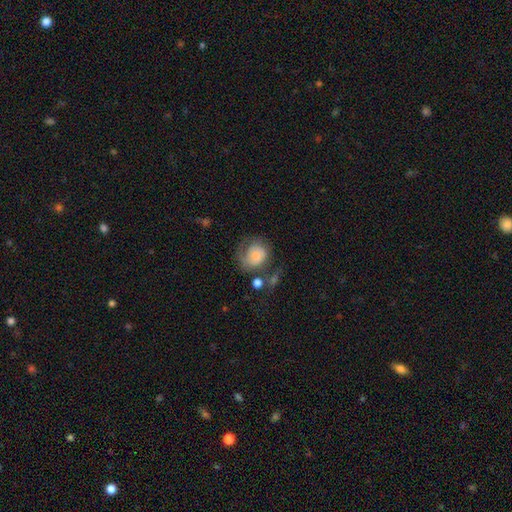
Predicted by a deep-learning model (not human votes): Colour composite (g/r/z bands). It shows a smooth galaxy with no disk features (49%). Merging: none (42%).